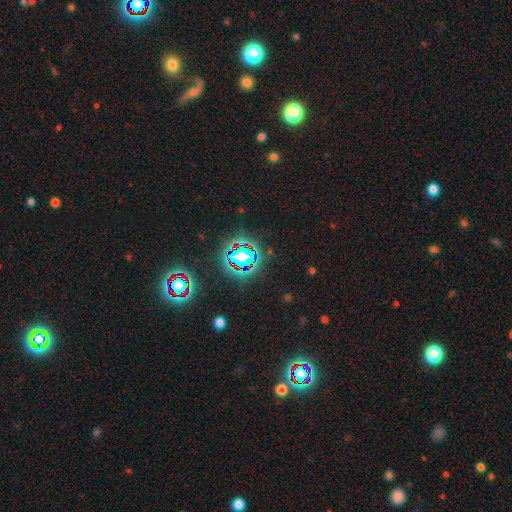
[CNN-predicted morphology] smooth-or-featured: star or artifact: 82% | smooth: 11% | featured or disk: 7%